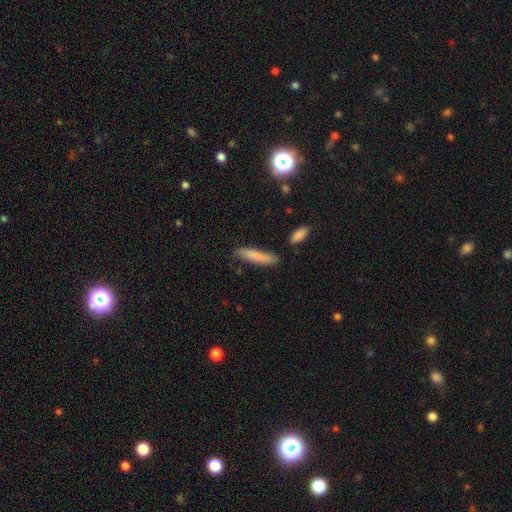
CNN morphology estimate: Smooth or featured? Predicted: smooth (p=0.79). How rounded? Predicted: cigar-shaped (p=0.84). Merging? Predicted: none (p=0.75).